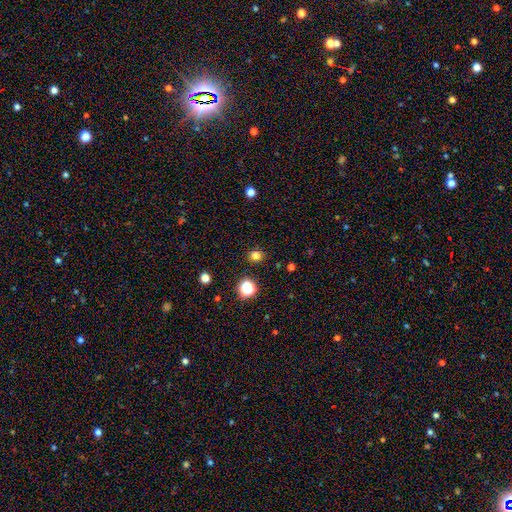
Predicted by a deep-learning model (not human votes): Smooth or featured? Predicted: smooth (p=0.75). How rounded? Predicted: round (p=0.75). Merging? Predicted: none (p=0.88).